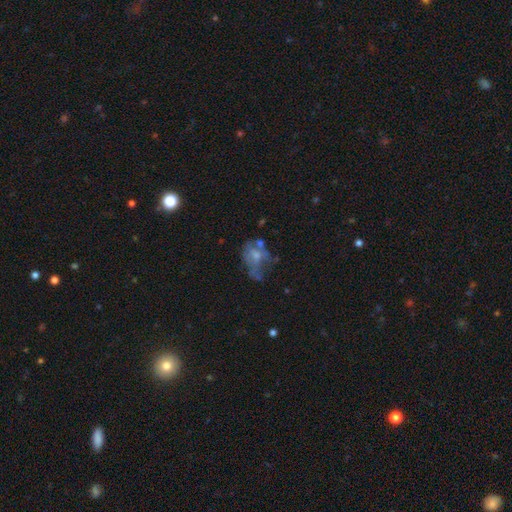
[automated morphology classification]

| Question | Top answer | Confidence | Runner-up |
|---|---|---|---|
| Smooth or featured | featured or disk | 48% | smooth (39%) |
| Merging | major disturbance | 37% | none (26%) |